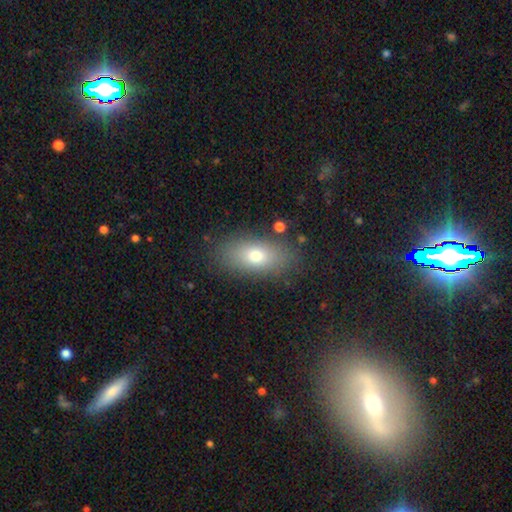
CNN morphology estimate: This appears to be a smooth galaxy with no disk features (75%) that is in between round and cigar-shaped (85%). Merging: none (84%).